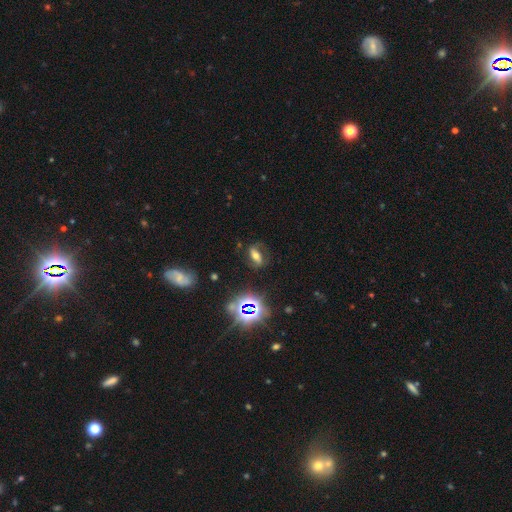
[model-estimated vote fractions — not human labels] smooth-or-featured: featured or disk: 40% | smooth: 33% | star or artifact: 27%
  merging: none: 73% | minor disturbance: 16% | major disturbance: 9% | merger: 2%